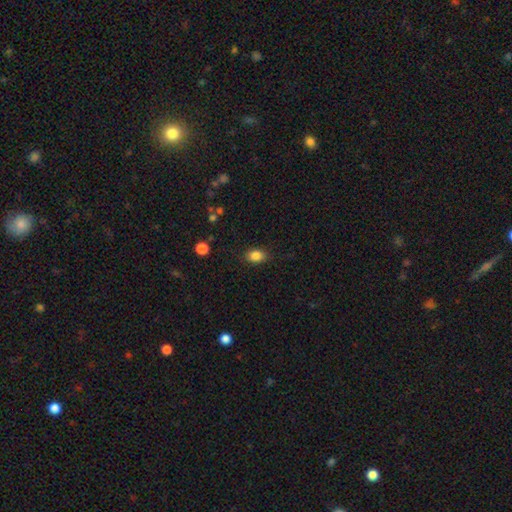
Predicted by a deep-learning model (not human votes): Smooth or featured?
  - smooth: 86% *
  - star or artifact: 10%
  - featured or disk: 5%
How rounded?
  - in between: 73% *
  - round: 25%
  - cigar-shaped: 1%
Merging?
  - none: 84% *
  - minor disturbance: 12%
  - major disturbance: 3%
  - merger: 1%